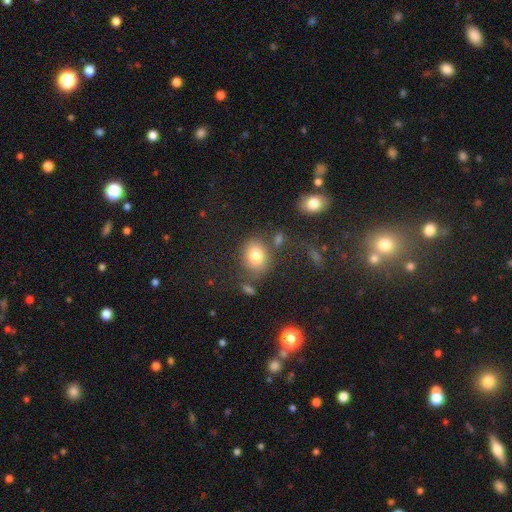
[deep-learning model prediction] The model was most divided on "how rounded": in between: 50%, round: 49%, cigar-shaped: 1%. More confident: smooth or featured — smooth (79%); merging — none (67%).